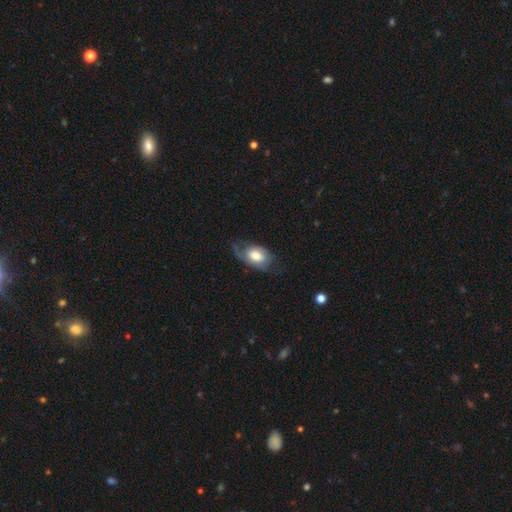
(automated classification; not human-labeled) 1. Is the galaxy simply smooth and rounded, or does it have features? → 48% smooth, 45% featured or disk, 7% star or artifact.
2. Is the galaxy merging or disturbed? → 48% none, 28% minor disturbance, 22% major disturbance, 2% merger.